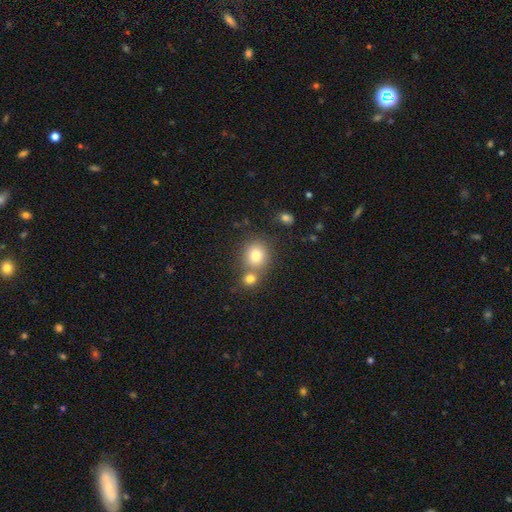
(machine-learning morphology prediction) smooth 79%, star or artifact 11%, featured or disk 10%. Down the decision tree: how rounded — round (80%); merging — none (56%).